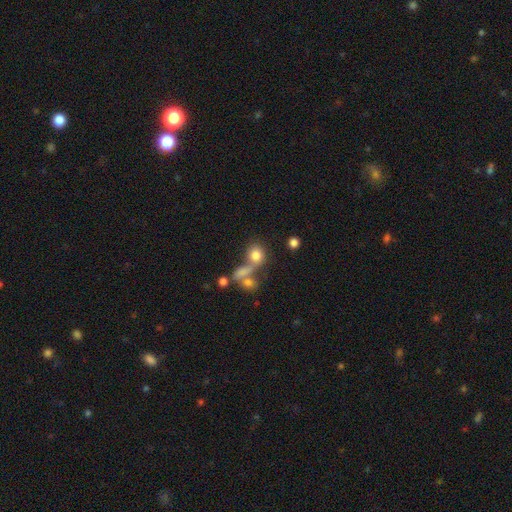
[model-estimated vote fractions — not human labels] smooth-or-featured: smooth: 77% | featured or disk: 12% | star or artifact: 12%
  how-rounded: round: 67% | in between: 30% | cigar-shaped: 3%
  merging: none: 40% | merger: 39% | major disturbance: 11% | minor disturbance: 10%